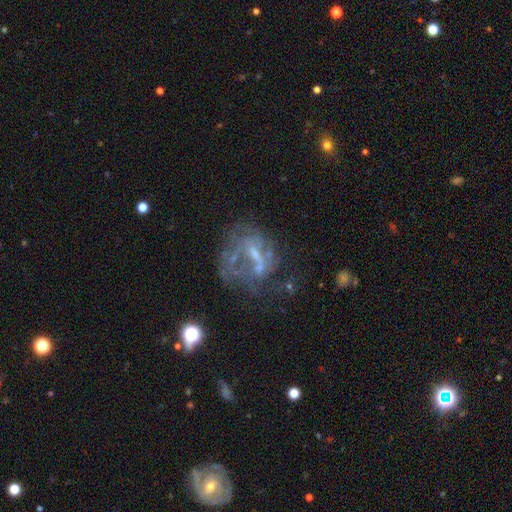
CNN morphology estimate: The model was most divided on "merging": none: 38%, major disturbance: 33%, minor disturbance: 17%, merger: 11%. Remaining: edge-on disk — no (97%); smooth or featured — featured or disk (67%); spiral arms — no (60%); bar — no (48%); bulge size — small (43%).